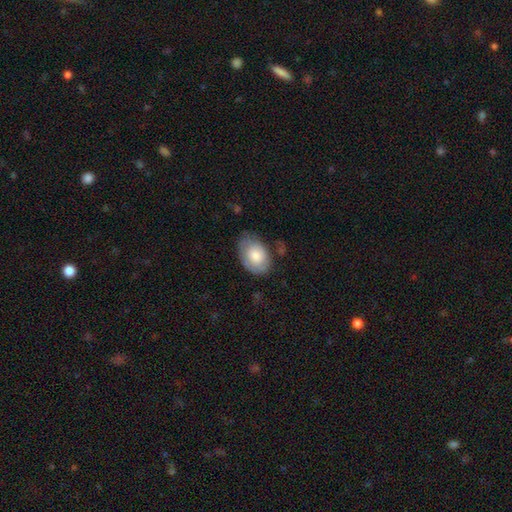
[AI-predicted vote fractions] This appears to be a smooth galaxy with no disk features (71%) that is in between round and cigar-shaped (88%). Merging: none (62%).